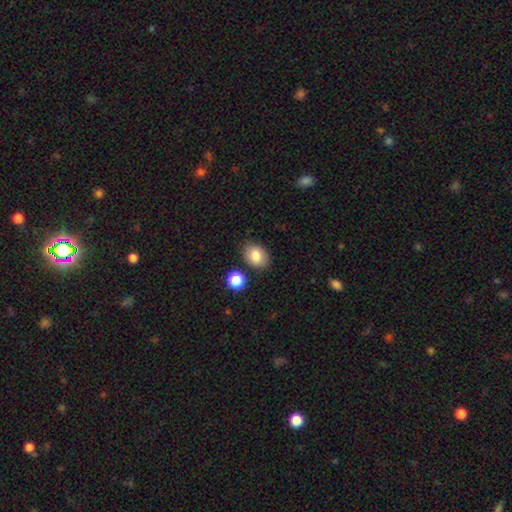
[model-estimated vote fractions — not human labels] Smooth or featured? Predicted: smooth (p=0.82). How rounded? Predicted: in between (p=0.72). Merging? Predicted: none (p=0.80).